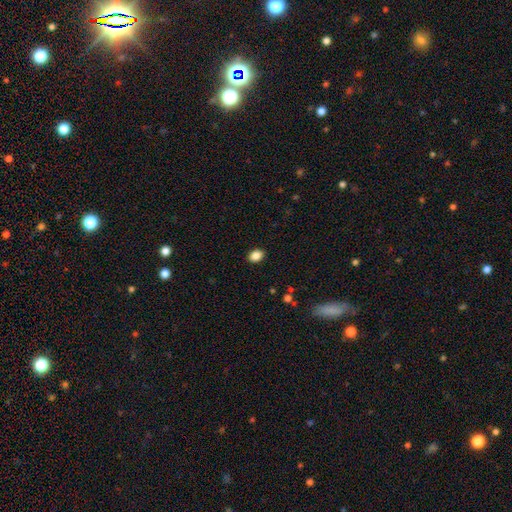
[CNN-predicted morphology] smooth_or_featured: smooth (p=0.87) [alt: star or artifact p=0.09]
how_rounded: in between (p=0.70) [alt: round p=0.29]
merging: none (p=0.90) [alt: minor disturbance p=0.07]